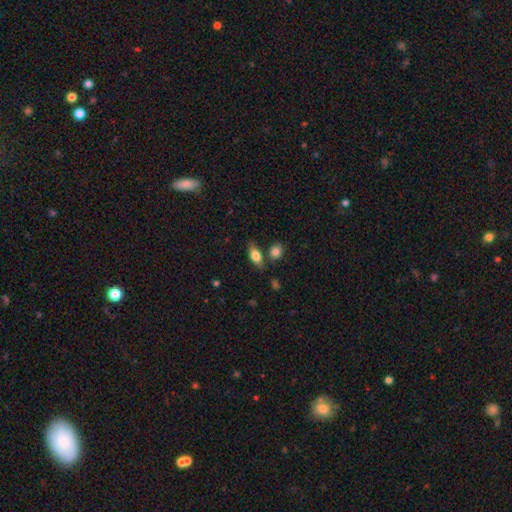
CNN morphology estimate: Q: Smooth or featured?
A: smooth (74%); runner-up: featured or disk (19%)
Q: How rounded?
A: in between (80%); runner-up: cigar-shaped (13%)
Q: Merging?
A: none (69%); runner-up: minor disturbance (16%)